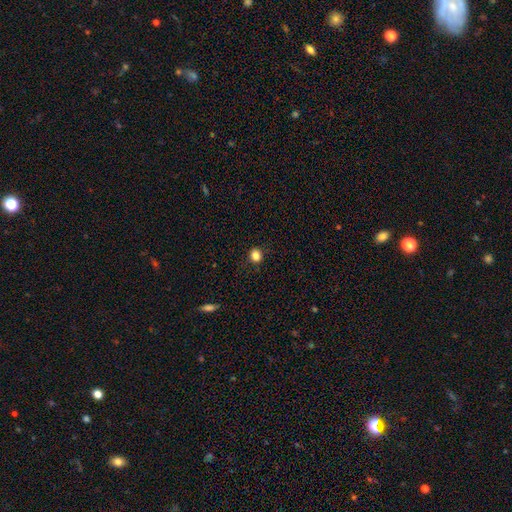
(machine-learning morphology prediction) A smooth galaxy with no disk features (84%) that is round (66%).

Vote fractions:
- Smooth or featured? smooth: 84% / star or artifact: 12% / featured or disk: 4%
- How rounded? round: 66% / in between: 33% / cigar-shaped: 1%
- Merging? none: 86% / minor disturbance: 10% / major disturbance: 3% / merger: 1%